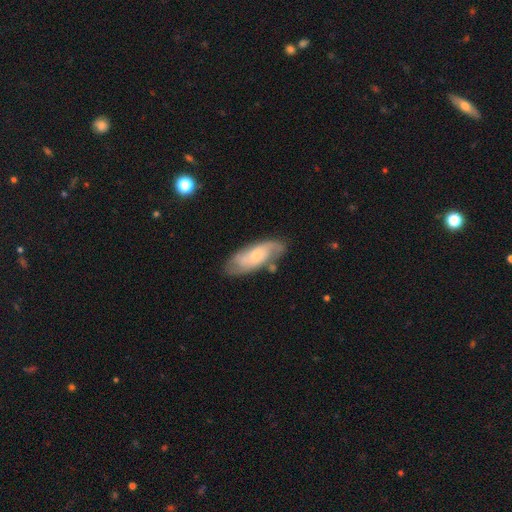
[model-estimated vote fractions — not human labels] featured or disk 63%, smooth 31%, star or artifact 6%. Down the decision tree: edge-on disk — no (90%); bar — no (66%); spiral arms — yes (87%); bulge size — small (60%); merging — none (67%).